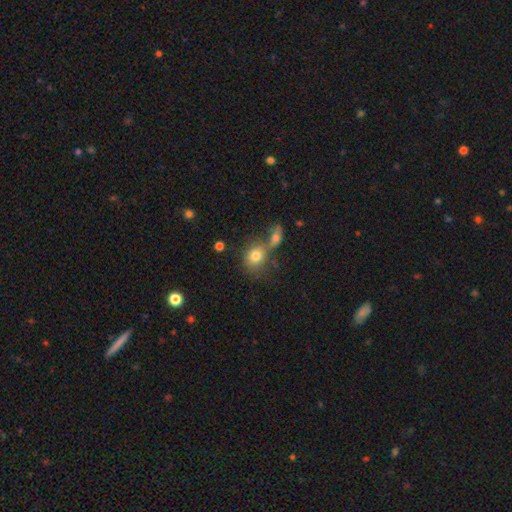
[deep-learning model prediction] This is likely a smooth galaxy (78%). How rounded: likely round (63%). Merging: marginally merger (41%, tied with none).